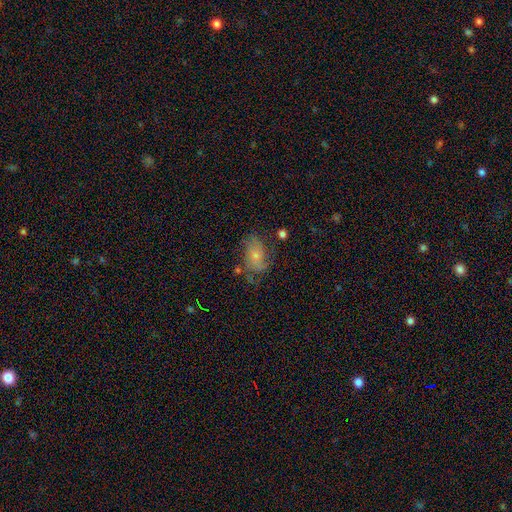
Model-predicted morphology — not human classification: featured or disk 46%, smooth 44%, star or artifact 10%. Down the decision tree: merging — none (49%).